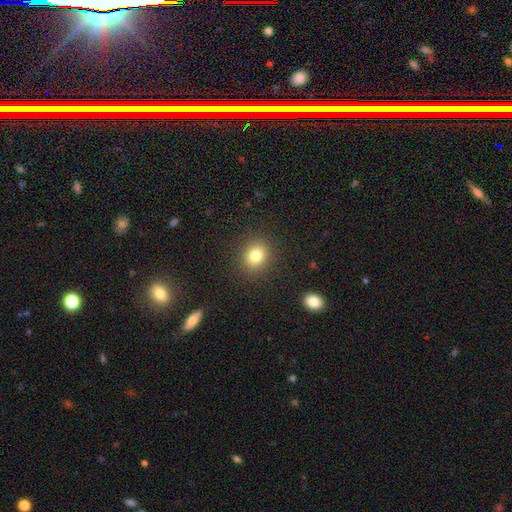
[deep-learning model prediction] A smooth galaxy with no disk features (80%) that is round (76%).

Vote fractions:
- Smooth or featured? smooth: 80% / star or artifact: 12% / featured or disk: 8%
- How rounded? round: 76% / in between: 23% / cigar-shaped: 1%
- Merging? none: 89% / minor disturbance: 7% / major disturbance: 3% / merger: 1%